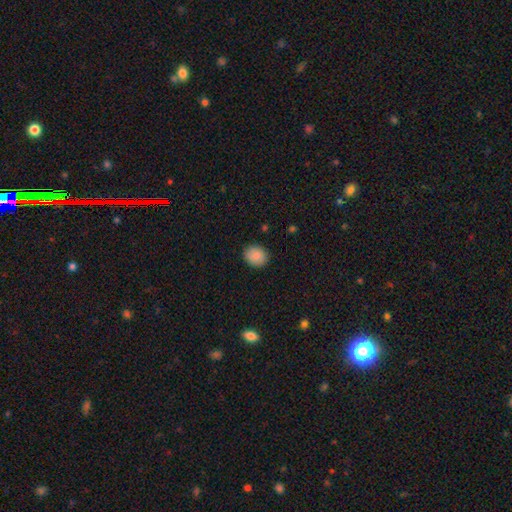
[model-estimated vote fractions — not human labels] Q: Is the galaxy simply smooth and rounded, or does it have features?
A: smooth — 88%.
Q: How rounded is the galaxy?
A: round — 69%.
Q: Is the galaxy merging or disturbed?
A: none — 89%.